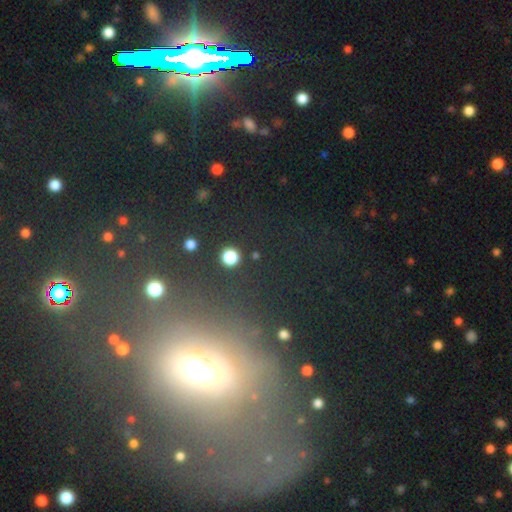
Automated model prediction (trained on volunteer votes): smooth-or-featured: smooth: 50% | star or artifact: 41% | featured or disk: 9%
  how-rounded: round: 83% | in between: 14% | cigar-shaped: 3%
  merging: none: 87% | minor disturbance: 6% | major disturbance: 4% | merger: 3%